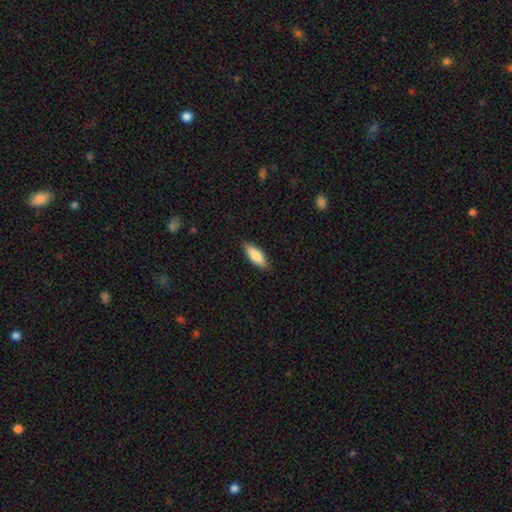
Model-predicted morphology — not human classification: smooth 82%, featured or disk 13%, star or artifact 6%. Down the decision tree: how rounded — in between (60%); merging — none (87%).